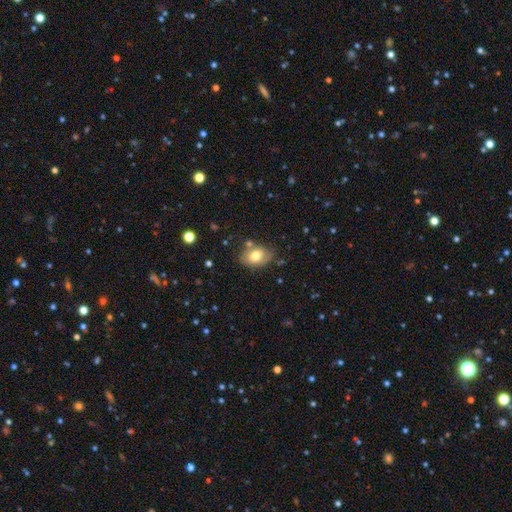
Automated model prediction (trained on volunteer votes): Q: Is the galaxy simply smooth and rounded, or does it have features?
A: smooth — 75%.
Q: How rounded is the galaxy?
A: in between — 77%.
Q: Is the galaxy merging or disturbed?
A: none — 70%.